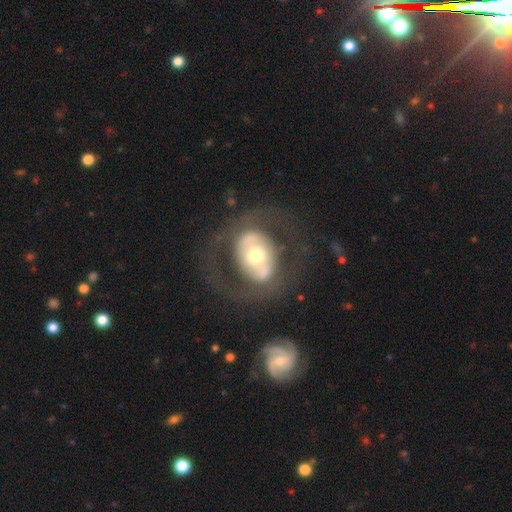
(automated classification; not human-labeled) This is likely a featured or disk galaxy (66%). It is clearly not viewed edge-on (94%). Bar: likely no (61%). Spiral arm pattern: likely no (62%). Central bulge: likely moderate (66%). Merging: likely none (68%).